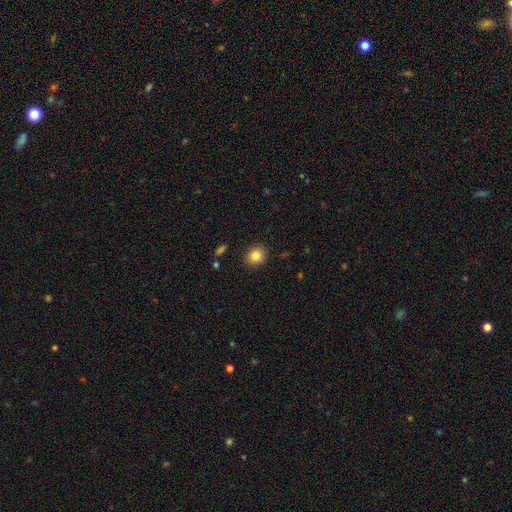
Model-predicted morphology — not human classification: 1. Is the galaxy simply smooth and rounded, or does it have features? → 85% smooth, 10% star or artifact, 6% featured or disk.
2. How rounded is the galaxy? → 82% round, 17% in between, 1% cigar-shaped.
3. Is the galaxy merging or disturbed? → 90% none, 7% minor disturbance, 2% major disturbance, 1% merger.